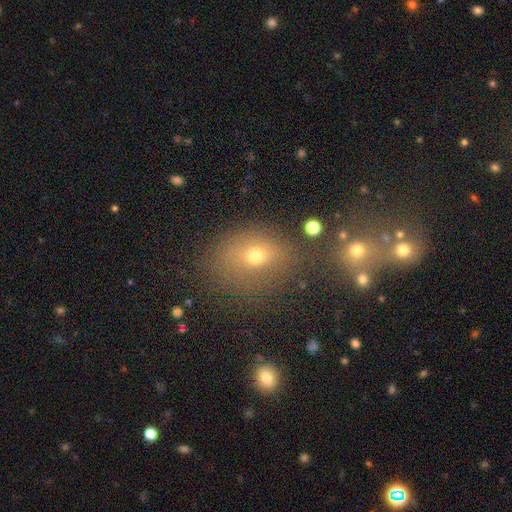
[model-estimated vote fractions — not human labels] Overall: smooth (65%). How rounded: in between (50%; round 48%). Merging: none (65%).